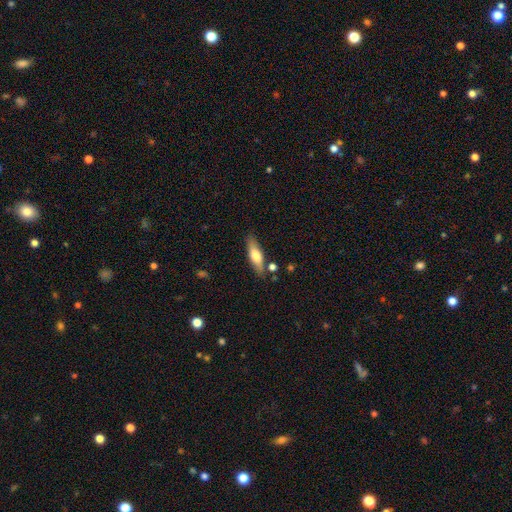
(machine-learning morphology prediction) A smooth galaxy with no disk features (63%) that is cigar-shaped (51%). Merging: none (80%).